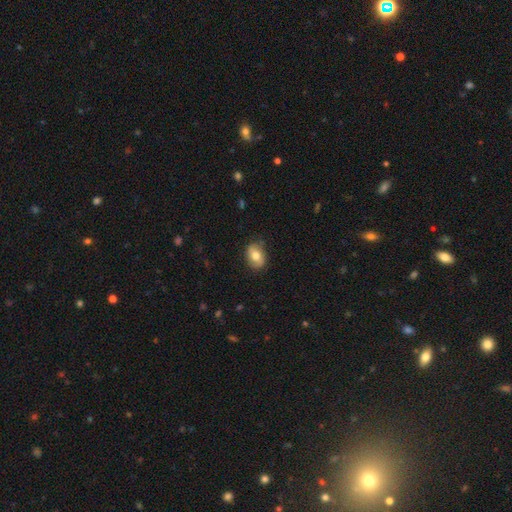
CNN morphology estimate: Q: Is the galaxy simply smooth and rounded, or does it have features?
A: smooth — 72%.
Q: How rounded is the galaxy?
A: in between — 74%.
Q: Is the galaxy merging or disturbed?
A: none — 81%.